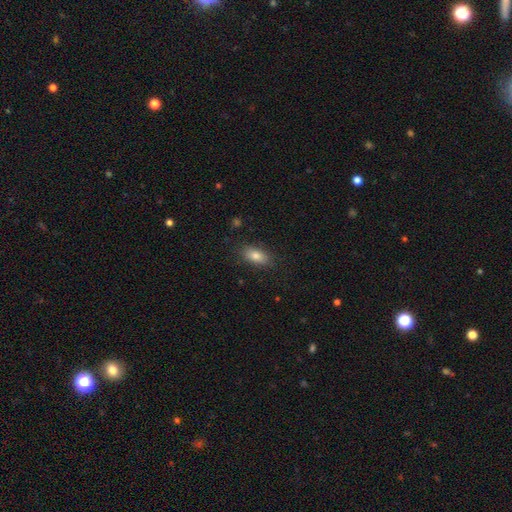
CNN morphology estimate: type=smooth (80%); roundness=in between (85%); merging=none (85%).